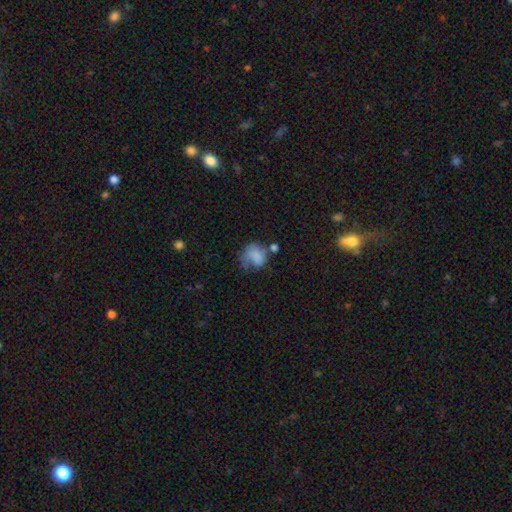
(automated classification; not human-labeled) This is likely a smooth galaxy (72%). How rounded: likely round (63%). Merging: marginally none (34%).